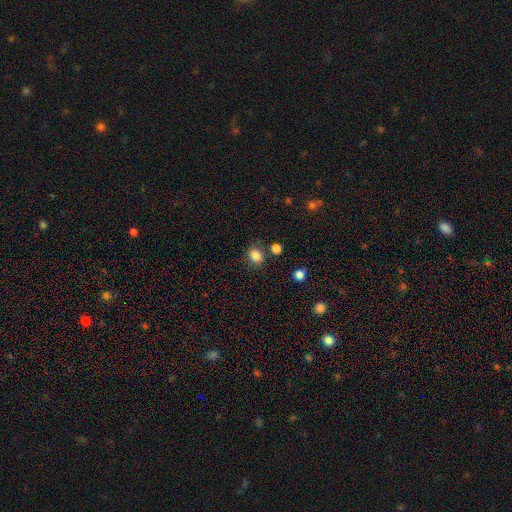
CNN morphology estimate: Smooth or featured? Predicted: smooth (p=0.84). How rounded? Predicted: round (p=0.54). Merging? Predicted: none (p=0.77).